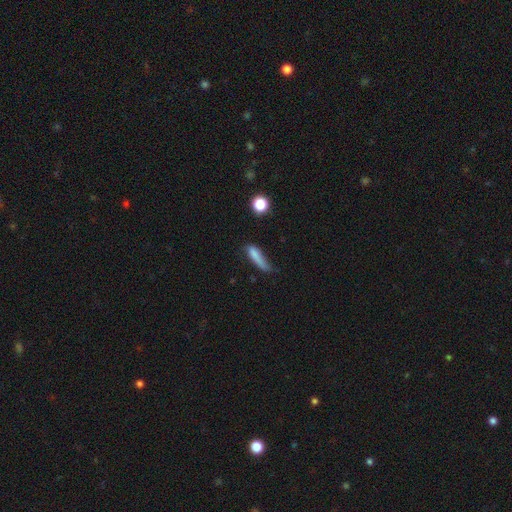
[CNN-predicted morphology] Q: Smooth or featured?
A: smooth (76%); runner-up: featured or disk (14%)
Q: How rounded?
A: cigar-shaped (69%); runner-up: in between (27%)
Q: Merging?
A: none (38%); runner-up: minor disturbance (37%)